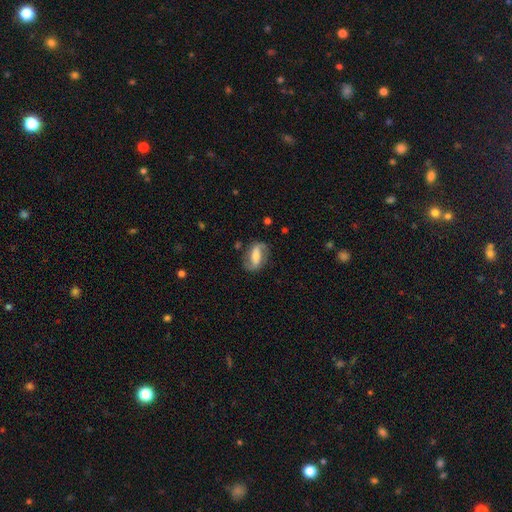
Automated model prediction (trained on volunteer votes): Morphology: type=featured or disk (69%); edge-on=no (95%); bar=strong (43%); spiral arms=yes (89%); winding=loose (48%); arm count=2 (88%); bulge=moderate (45%); merging=none (74%).